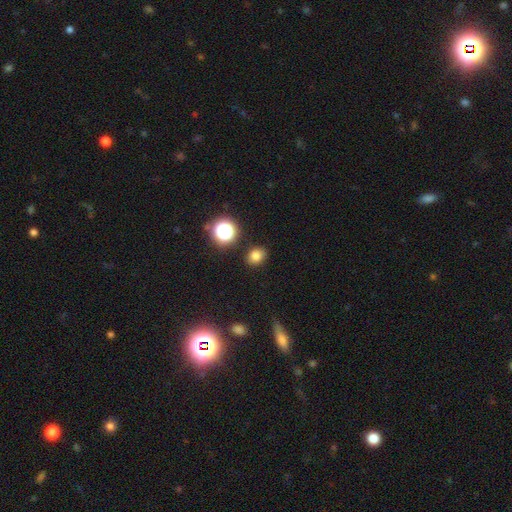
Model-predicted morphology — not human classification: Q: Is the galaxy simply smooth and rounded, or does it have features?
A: smooth — 78%.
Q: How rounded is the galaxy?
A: round — 56%.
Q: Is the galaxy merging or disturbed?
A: none — 86%.